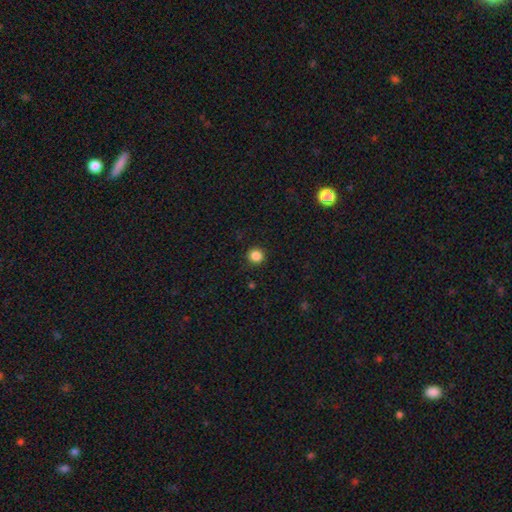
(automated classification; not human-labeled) smooth-or-featured: smooth: 86% | star or artifact: 11% | featured or disk: 3%
  how-rounded: round: 91% | in between: 9% | cigar-shaped: 1%
  merging: none: 91% | minor disturbance: 6% | major disturbance: 2% | merger: 1%